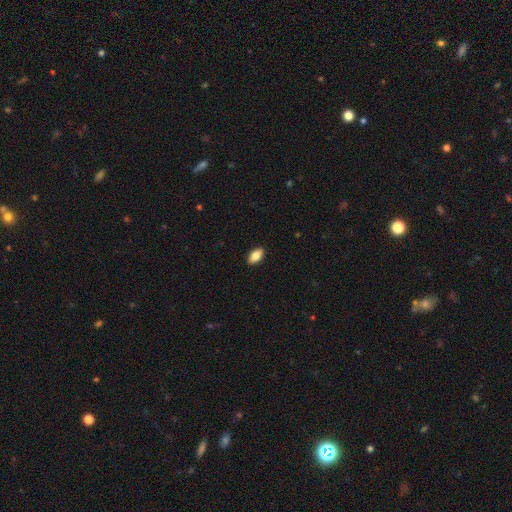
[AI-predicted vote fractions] The model was most divided on "smooth or featured": smooth: 79%, featured or disk: 14%, star or artifact: 7%. More confident: how rounded — in between (90%); merging — none (90%).